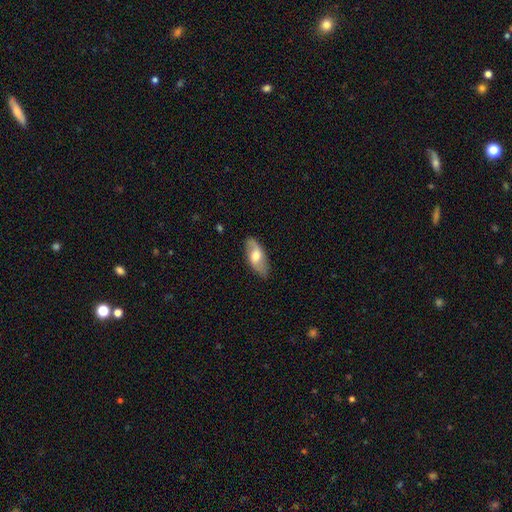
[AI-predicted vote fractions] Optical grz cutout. It shows a smooth galaxy with no disk features (48%). Merging: none (80%).